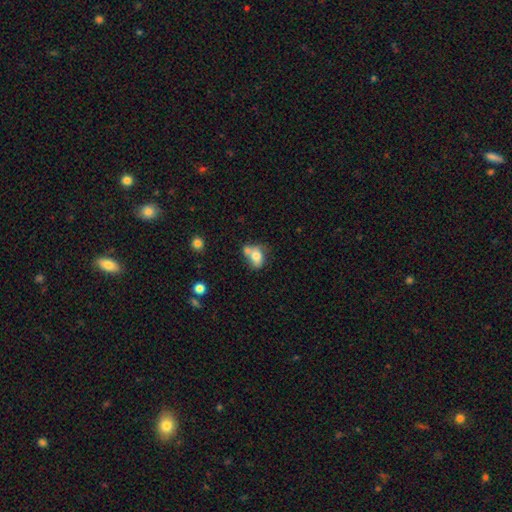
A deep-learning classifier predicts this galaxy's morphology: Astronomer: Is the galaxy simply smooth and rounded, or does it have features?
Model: smooth — 70%.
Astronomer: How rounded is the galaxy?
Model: in between — 71%.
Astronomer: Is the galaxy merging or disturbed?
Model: merger — 50% (runner-up: none, 26%).